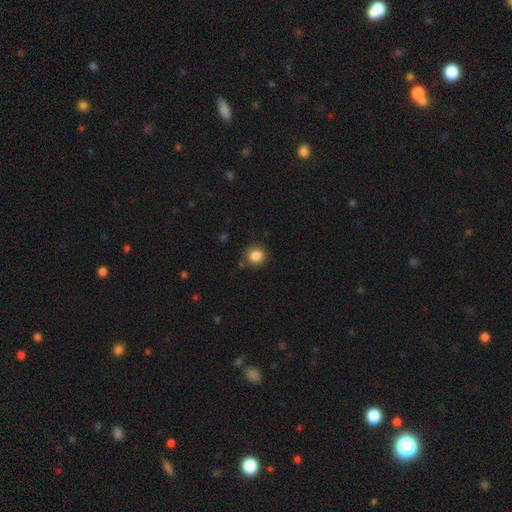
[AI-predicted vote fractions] This appears to be a smooth galaxy with no disk features (86%) that is round (87%). Merging: none (82%).